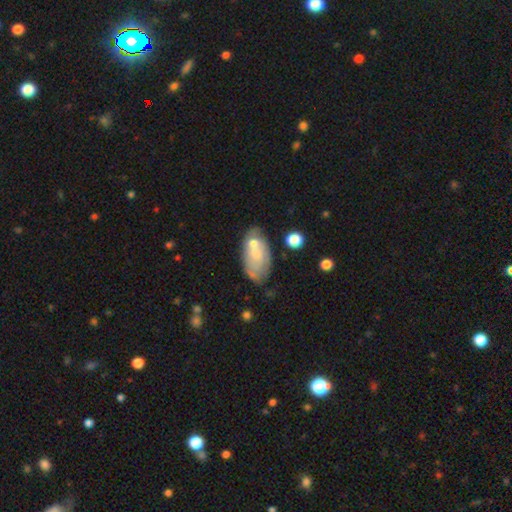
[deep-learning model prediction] Smooth or featured?
  - smooth: 56% *
  - featured or disk: 36%
  - star or artifact: 9%
How rounded?
  - in between: 92% *
  - round: 4%
  - cigar-shaped: 4%
Merging?
  - none: 51% *
  - minor disturbance: 25%
  - merger: 14%
  - major disturbance: 9%